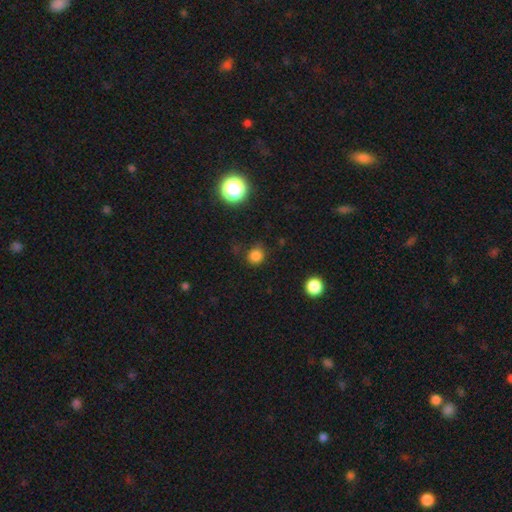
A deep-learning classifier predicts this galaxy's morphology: smooth-or-featured: smooth: 80% | star or artifact: 16% | featured or disk: 4%
  how-rounded: round: 89% | in between: 10% | cigar-shaped: 1%
  merging: none: 81% | minor disturbance: 13% | major disturbance: 4% | merger: 2%